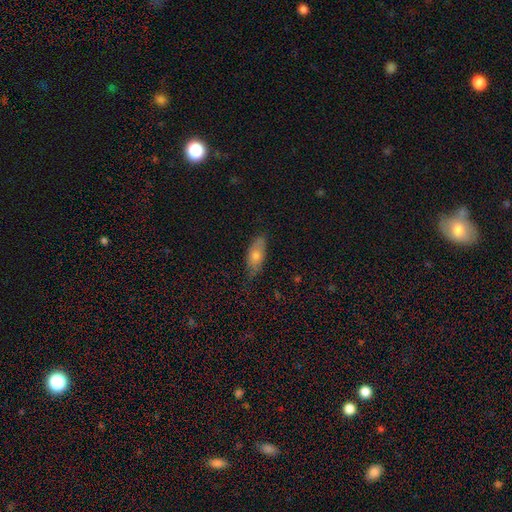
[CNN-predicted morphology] smooth 64%, featured or disk 28%, star or artifact 8%. Down the decision tree: how rounded — in between (77%); merging — none (66%).